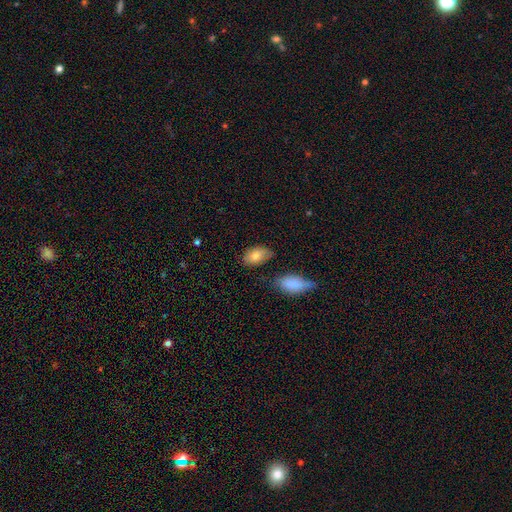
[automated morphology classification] type=smooth (83%); roundness=in between (92%); merging=none (70%).